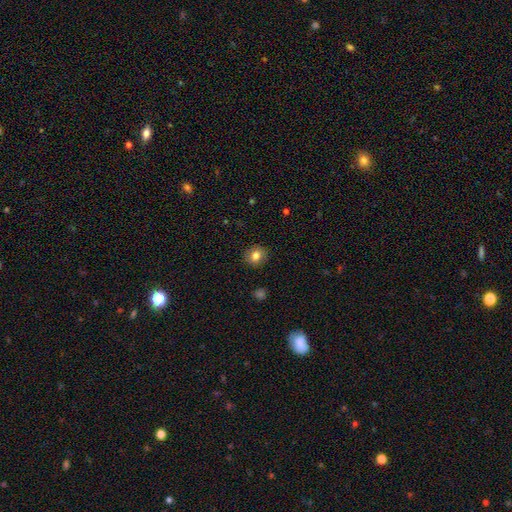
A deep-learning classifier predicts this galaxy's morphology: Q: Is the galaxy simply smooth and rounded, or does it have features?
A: smooth — 81%.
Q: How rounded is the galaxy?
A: round — 81%.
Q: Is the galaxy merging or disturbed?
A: none — 91%.